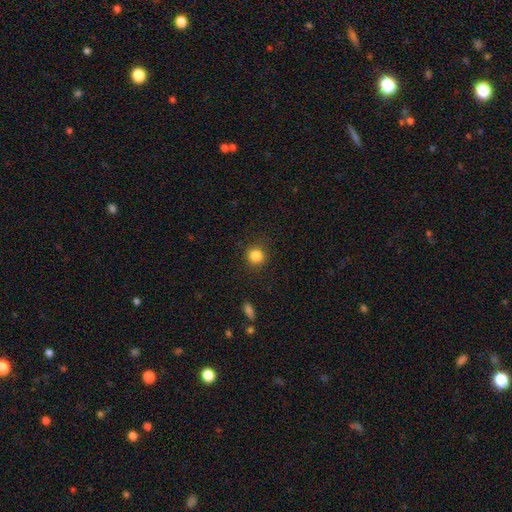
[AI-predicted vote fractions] smooth-or-featured: smooth: 85% | star or artifact: 11% | featured or disk: 4%
  how-rounded: round: 90% | in between: 9% | cigar-shaped: 1%
  merging: none: 88% | minor disturbance: 8% | major disturbance: 3% | merger: 1%